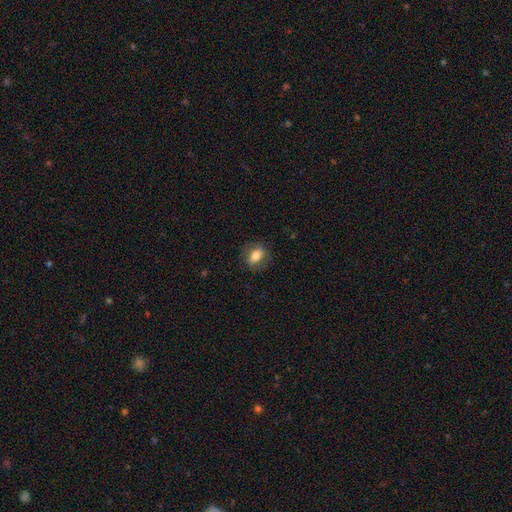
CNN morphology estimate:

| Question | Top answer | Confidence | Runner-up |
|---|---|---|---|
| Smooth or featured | smooth | 70% | featured or disk (22%) |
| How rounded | in between | 71% | round (27%) |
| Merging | none | 77% | minor disturbance (15%) |